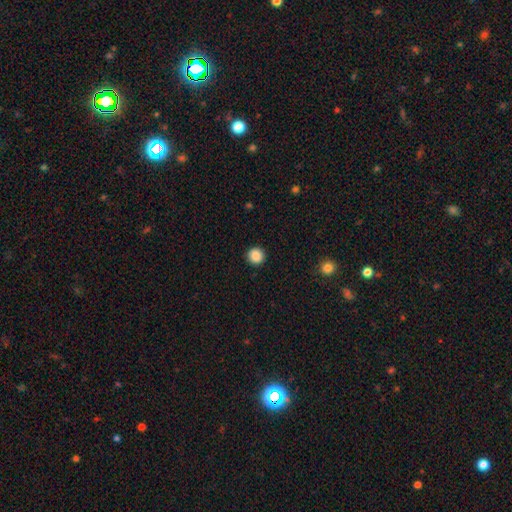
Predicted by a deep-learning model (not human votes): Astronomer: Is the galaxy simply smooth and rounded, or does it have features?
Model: smooth — 88%.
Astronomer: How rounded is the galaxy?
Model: round — 95%.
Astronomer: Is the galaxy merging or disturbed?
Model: none — 93%.